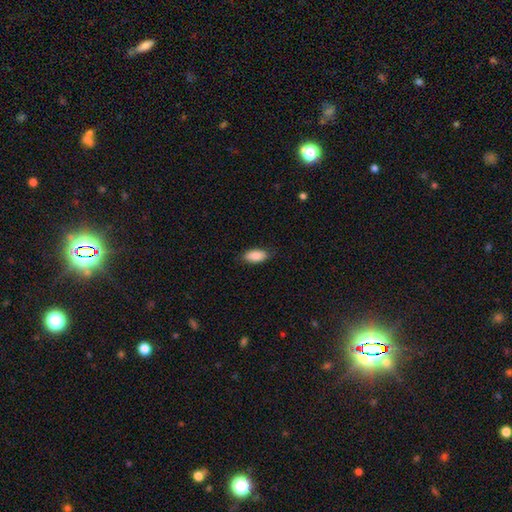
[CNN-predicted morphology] Smooth or featured? Predicted: smooth (p=0.88). How rounded? Predicted: in between (p=0.93). Merging? Predicted: none (p=0.84).